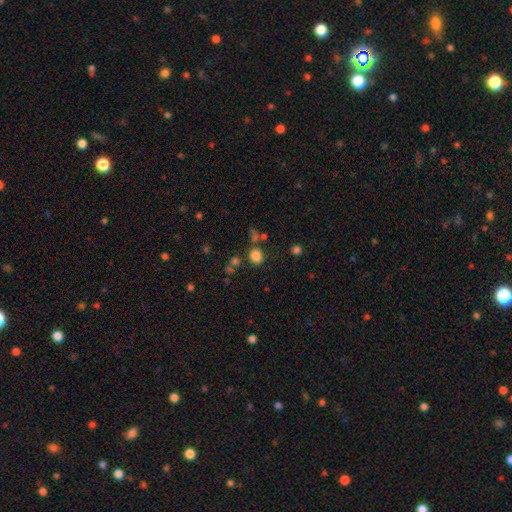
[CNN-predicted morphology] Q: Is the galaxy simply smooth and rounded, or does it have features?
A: smooth — 80%.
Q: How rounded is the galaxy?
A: round — 67%.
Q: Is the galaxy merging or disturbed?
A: none — 75%.